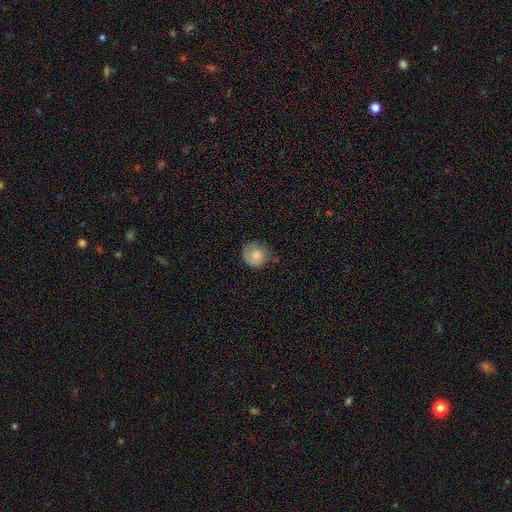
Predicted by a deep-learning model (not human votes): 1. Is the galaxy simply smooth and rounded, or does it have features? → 73% smooth, 20% featured or disk, 8% star or artifact.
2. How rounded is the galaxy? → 82% round, 17% in between, 1% cigar-shaped.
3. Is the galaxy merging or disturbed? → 60% none, 26% minor disturbance, 11% major disturbance, 2% merger.